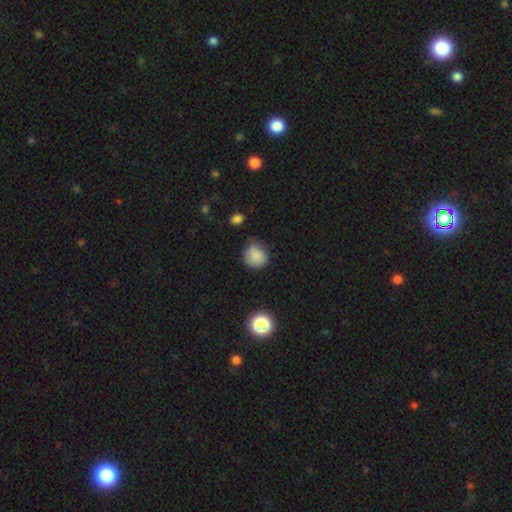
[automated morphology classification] Smooth or featured: smooth — 83% (star or artifact — 10%)
How rounded: round — 85% (in between — 14%)
Merging: none — 62% (minor disturbance — 28%)